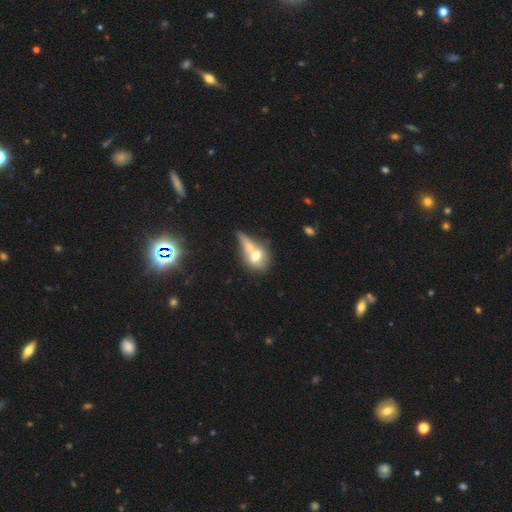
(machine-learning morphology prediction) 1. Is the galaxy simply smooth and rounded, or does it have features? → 63% smooth, 28% featured or disk, 10% star or artifact.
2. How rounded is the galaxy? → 54% round, 40% in between, 6% cigar-shaped.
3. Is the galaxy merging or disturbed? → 62% merger, 20% none, 10% minor disturbance, 9% major disturbance.